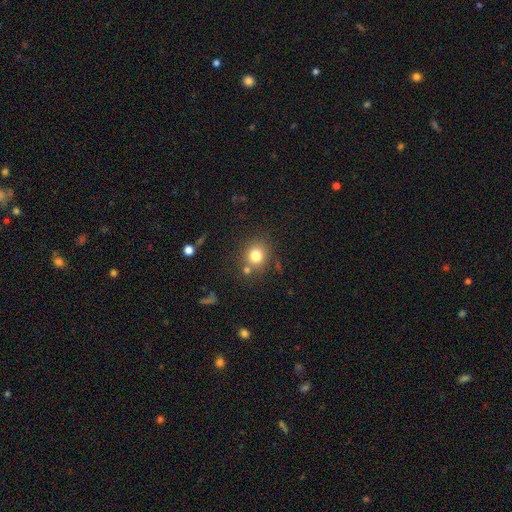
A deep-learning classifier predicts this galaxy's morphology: smooth_or_featured: smooth (p=0.78) [alt: star or artifact p=0.13]
how_rounded: round (p=0.80) [alt: in between p=0.19]
merging: none (p=0.72) [alt: merger p=0.12]